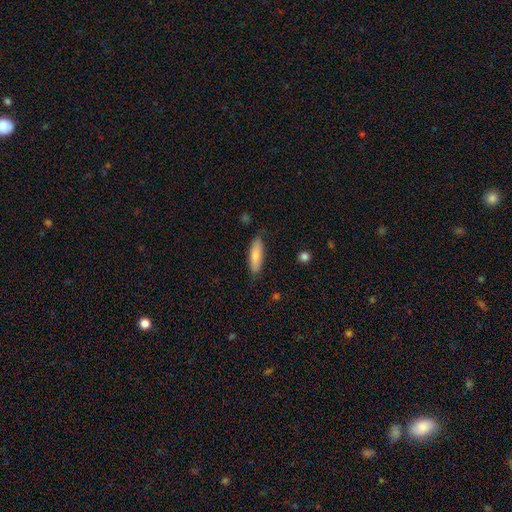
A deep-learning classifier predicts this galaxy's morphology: smooth_or_featured: smooth (p=0.80) [alt: featured or disk p=0.14]
how_rounded: in between (p=0.54) [alt: cigar-shaped p=0.44]
merging: none (p=0.79) [alt: minor disturbance p=0.16]